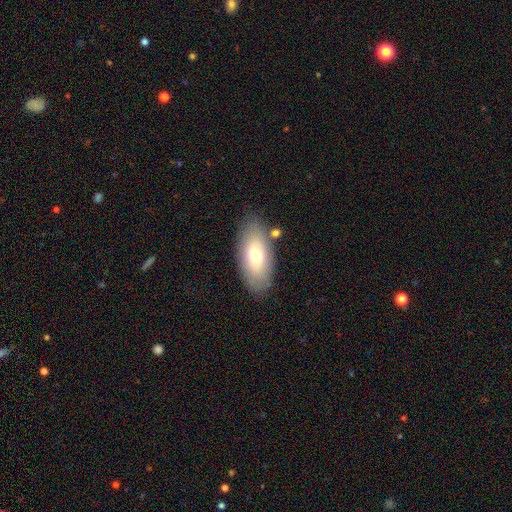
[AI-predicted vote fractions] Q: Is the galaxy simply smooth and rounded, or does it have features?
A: smooth — 67%.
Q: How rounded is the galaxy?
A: in between — 90%.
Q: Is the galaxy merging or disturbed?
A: none — 79%.